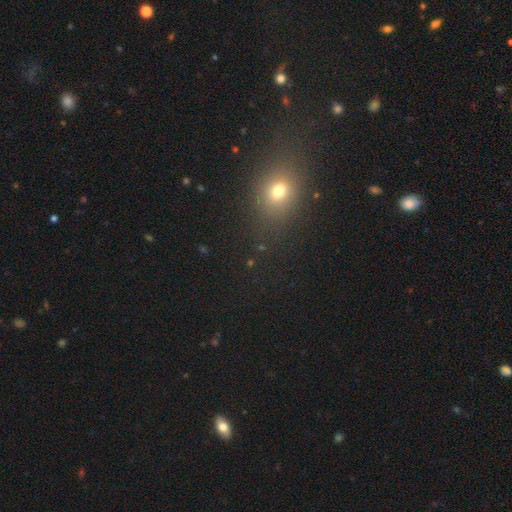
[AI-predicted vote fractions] smooth_or_featured: smooth (p=0.54) [alt: star or artifact p=0.36]
how_rounded: round (p=0.49) [alt: in between p=0.47]
merging: none (p=0.86) [alt: minor disturbance p=0.09]